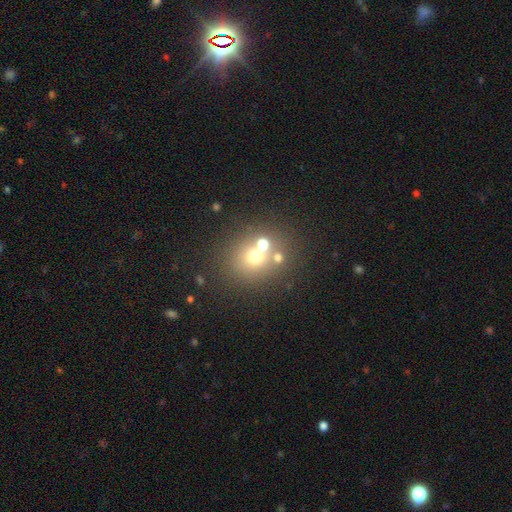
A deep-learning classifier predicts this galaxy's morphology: smooth 61%, star or artifact 21%, featured or disk 18%. Down the decision tree: how rounded — round (76%); merging — none (55%).